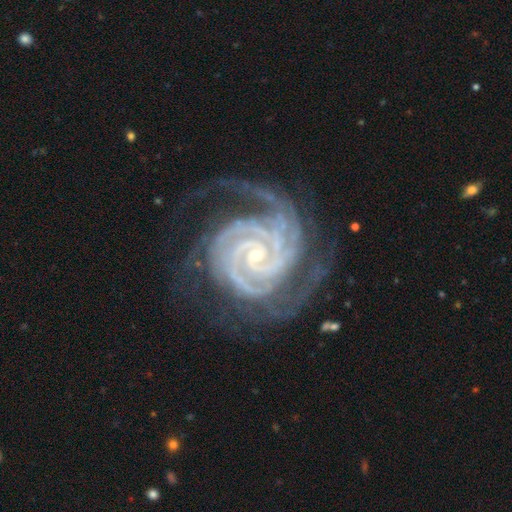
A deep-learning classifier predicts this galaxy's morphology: This appears to be a featured or disk galaxy (94%) with no bar (55%), 2 (28%) tight (81%) spiral arms (99%) and a small central bulge (80%). Merging: none (65%).